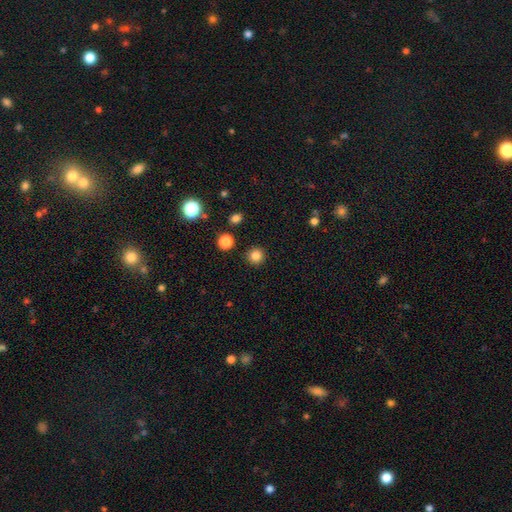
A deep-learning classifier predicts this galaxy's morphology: Smooth or featured?
  - smooth: 83% *
  - star or artifact: 13%
  - featured or disk: 4%
How rounded?
  - round: 95% *
  - in between: 4%
  - cigar-shaped: 1%
Merging?
  - none: 91% *
  - minor disturbance: 5%
  - major disturbance: 2%
  - merger: 2%